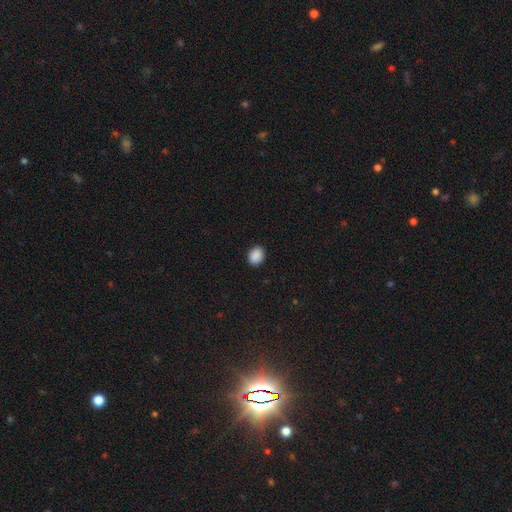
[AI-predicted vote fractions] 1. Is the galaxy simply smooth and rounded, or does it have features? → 89% smooth, 8% star or artifact, 2% featured or disk.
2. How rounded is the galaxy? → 53% round, 47% in between, 1% cigar-shaped.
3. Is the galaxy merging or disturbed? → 90% none, 7% minor disturbance, 2% major disturbance, 1% merger.